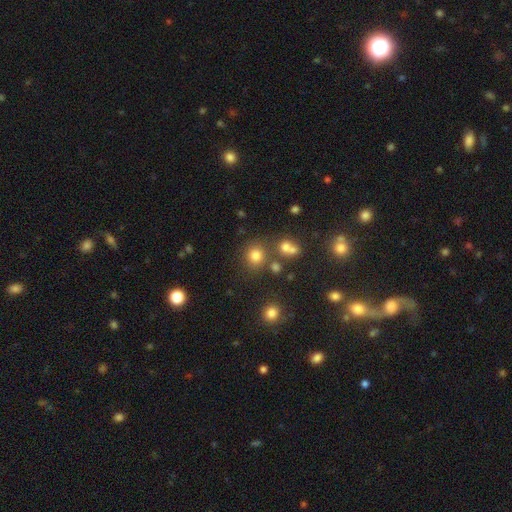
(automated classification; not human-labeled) This is likely a smooth galaxy (76%). How rounded: clearly round (87%). Merging: likely none (75%).